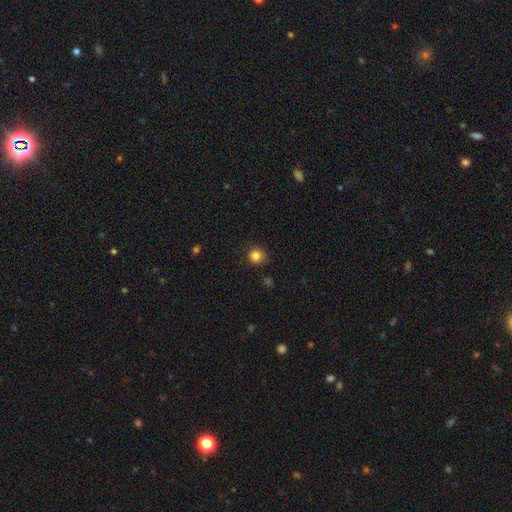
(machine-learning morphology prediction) This appears to be a smooth galaxy with no disk features (84%) that is round (94%). Merging: none (89%).